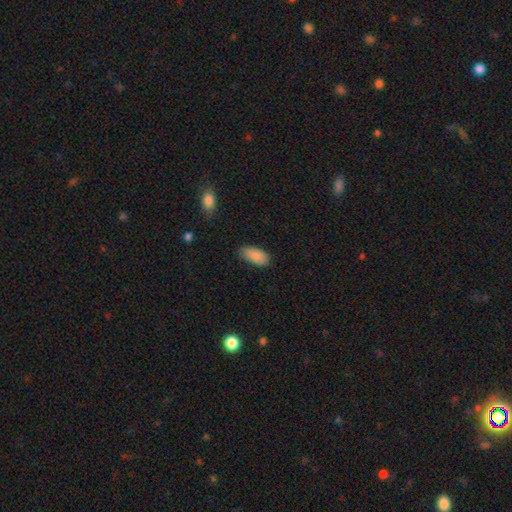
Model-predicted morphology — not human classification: Smooth or featured? Predicted: smooth (p=0.88). How rounded? Predicted: in between (p=0.93). Merging? Predicted: none (p=0.79).